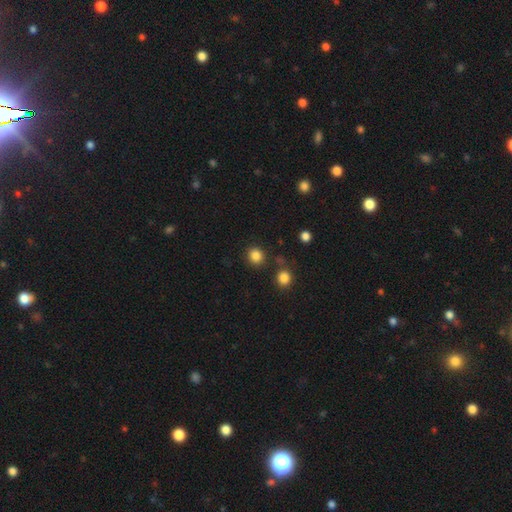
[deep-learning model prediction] smooth_or_featured: smooth (p=0.85) [alt: star or artifact p=0.12]
how_rounded: round (p=0.89) [alt: in between p=0.10]
merging: none (p=0.85) [alt: minor disturbance p=0.07]